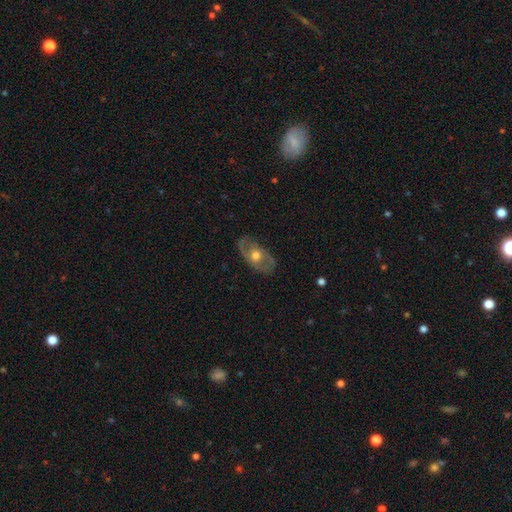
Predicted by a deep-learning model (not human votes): Overall: featured or disk (69%). Edge-on disk: no (89%). Bar: no (74%). Spiral arms: yes (60%; no 40%). Bulge size: moderate (73%). Merging: none (78%).